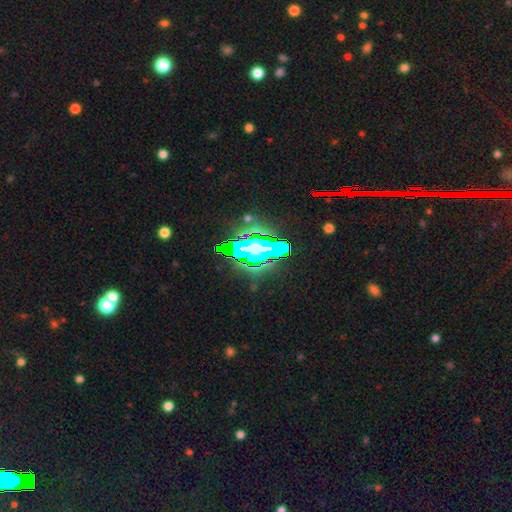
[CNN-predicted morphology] This appears to be a star or artifact, not a galaxy (67%).